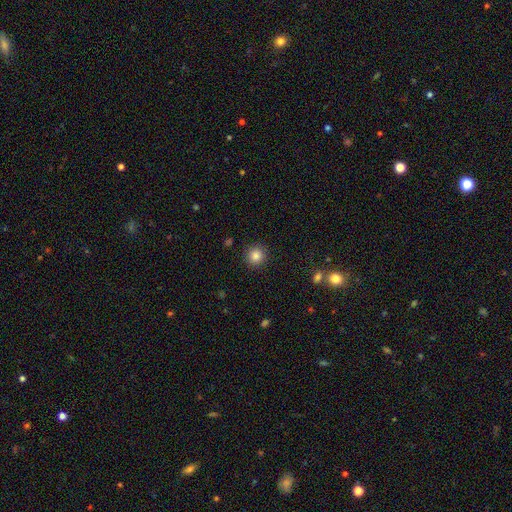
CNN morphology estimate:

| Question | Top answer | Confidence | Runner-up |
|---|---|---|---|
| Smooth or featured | smooth | 84% | star or artifact (11%) |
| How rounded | round | 94% | in between (5%) |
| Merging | none | 91% | minor disturbance (6%) |